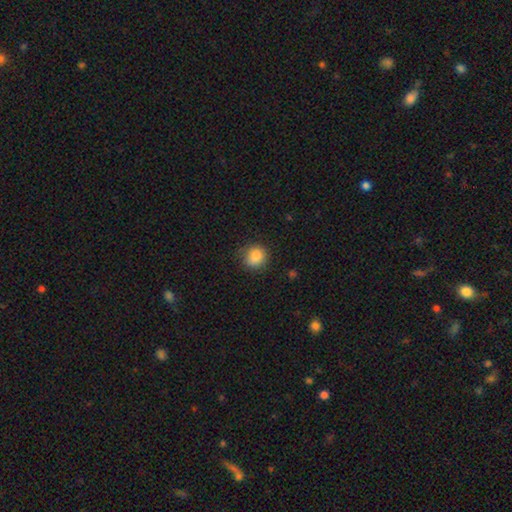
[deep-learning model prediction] Morphology: type=smooth (85%); roundness=round (84%); merging=none (77%).